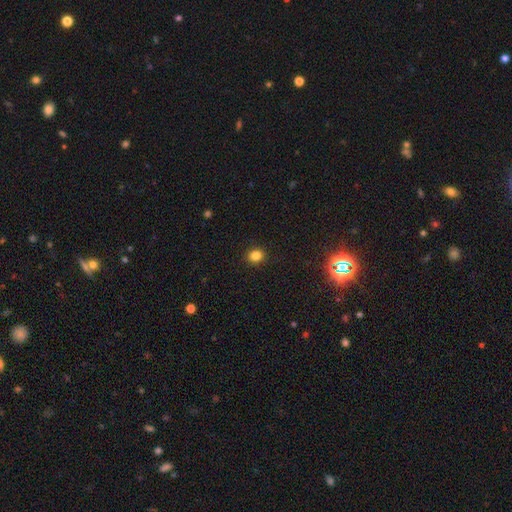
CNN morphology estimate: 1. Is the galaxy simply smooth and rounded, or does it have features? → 82% smooth, 13% star or artifact, 5% featured or disk.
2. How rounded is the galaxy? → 69% round, 30% in between, 1% cigar-shaped.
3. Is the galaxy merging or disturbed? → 91% none, 6% minor disturbance, 2% major disturbance, 1% merger.